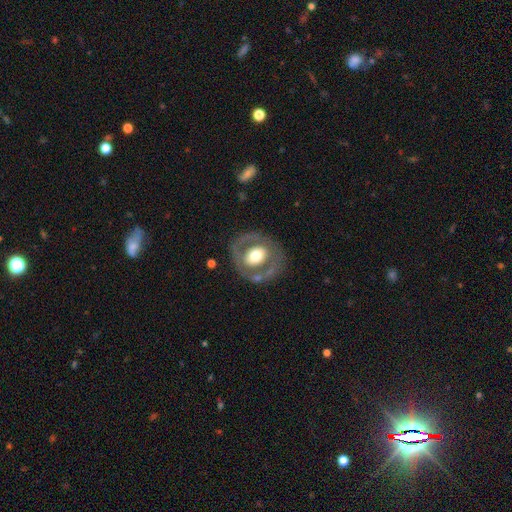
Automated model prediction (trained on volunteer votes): Overall: featured or disk (57%; smooth 37%). Edge-on disk: no (95%). Bar: no (65%). Spiral arms: no (76%). Bulge size: moderate (50%; large 39%). Merging: none (73%).